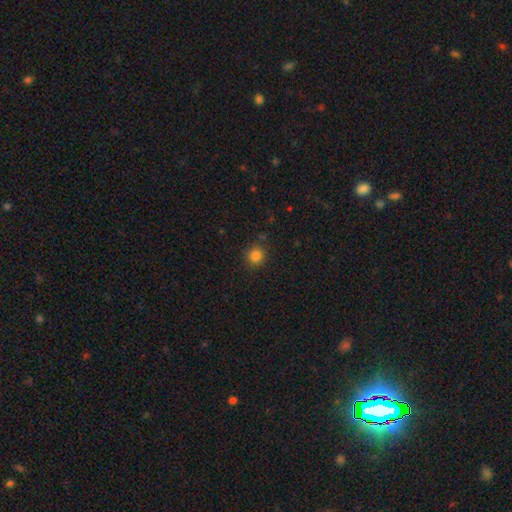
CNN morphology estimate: Smooth or featured? Predicted: smooth (p=0.84). How rounded? Predicted: round (p=0.92). Merging? Predicted: none (p=0.88).